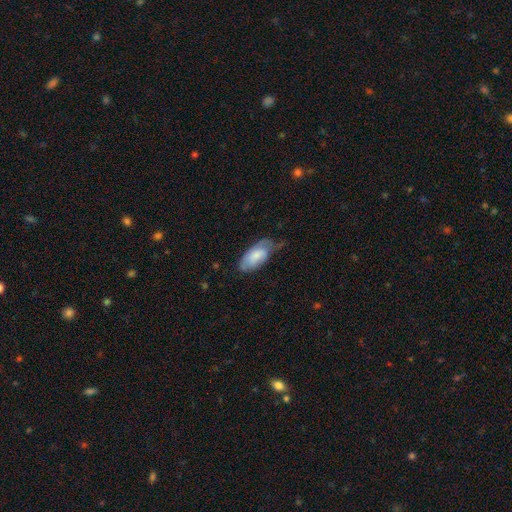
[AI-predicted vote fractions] smooth 72%, featured or disk 22%, star or artifact 6%. Down the decision tree: how rounded — in between (91%); merging — minor disturbance (41%).